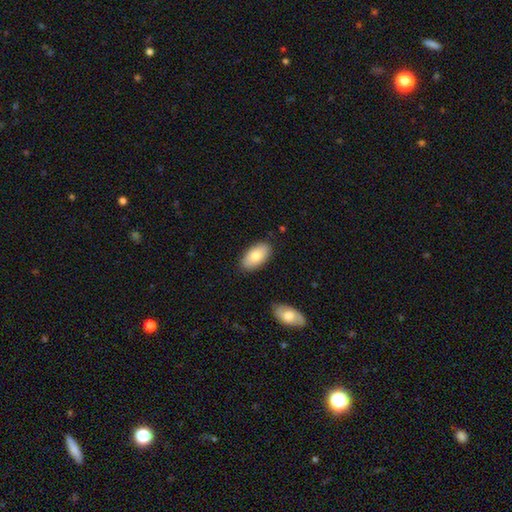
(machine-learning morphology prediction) smooth 79%, featured or disk 14%, star or artifact 6%. Down the decision tree: how rounded — in between (95%); merging — none (86%).